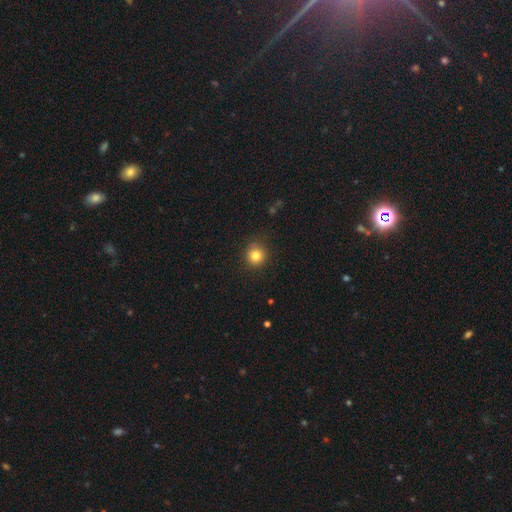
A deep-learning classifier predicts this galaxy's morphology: smooth-or-featured: smooth: 82% | star or artifact: 12% | featured or disk: 6%
  how-rounded: round: 91% | in between: 8% | cigar-shaped: 1%
  merging: none: 86% | minor disturbance: 10% | major disturbance: 3% | merger: 1%